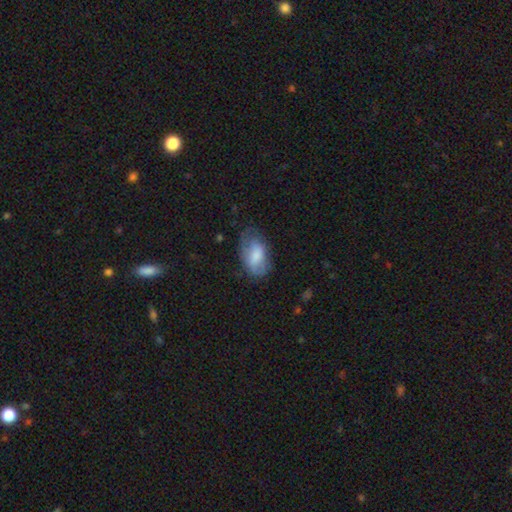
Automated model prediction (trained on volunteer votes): A smooth galaxy with no disk features (68%) that is in between round and cigar-shaped (91%). Merging: none (45%).